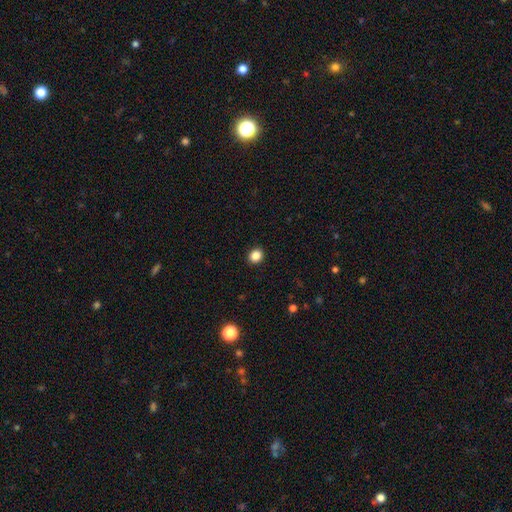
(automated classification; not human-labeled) smooth-or-featured: smooth: 86% | star or artifact: 11% | featured or disk: 3%
  how-rounded: round: 74% | in between: 25% | cigar-shaped: 1%
  merging: none: 92% | minor disturbance: 6% | major disturbance: 2% | merger: 1%